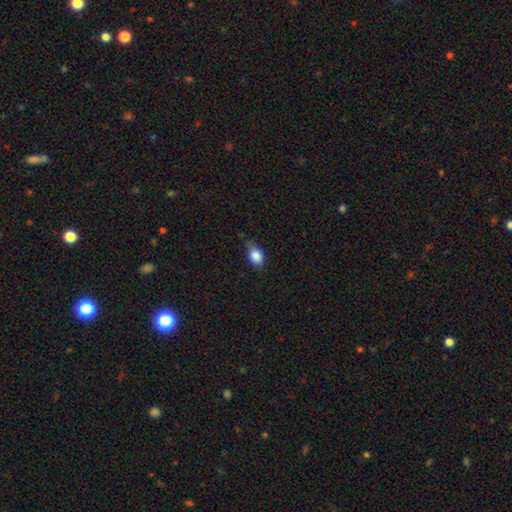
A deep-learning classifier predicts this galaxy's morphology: Q: Smooth or featured?
A: smooth (85%); runner-up: star or artifact (9%)
Q: How rounded?
A: in between (68%); runner-up: round (30%)
Q: Merging?
A: none (53%); runner-up: minor disturbance (38%)